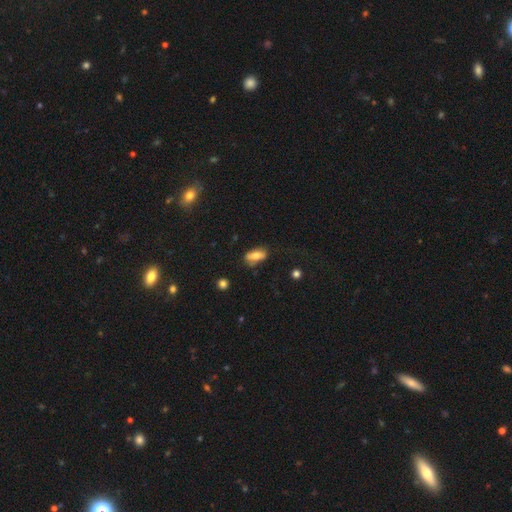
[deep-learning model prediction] A smooth galaxy with no disk features (70%) that is in between round and cigar-shaped (83%).

Vote fractions:
- Smooth or featured? smooth: 70% / featured or disk: 22% / star or artifact: 8%
- How rounded? in between: 83% / cigar-shaped: 13% / round: 4%
- Merging? none: 65% / minor disturbance: 23% / major disturbance: 8% / merger: 4%